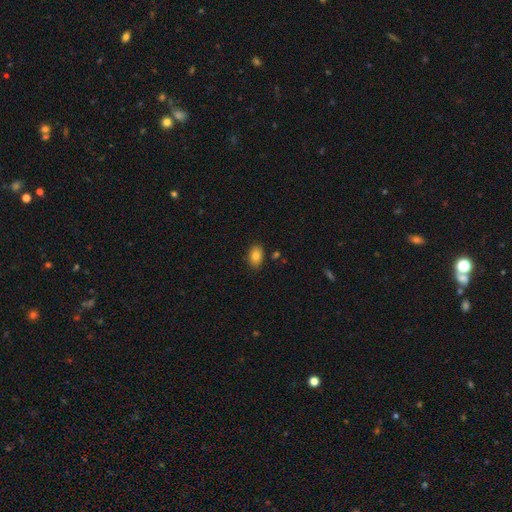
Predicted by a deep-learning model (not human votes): smooth-or-featured: smooth: 83% | star or artifact: 9% | featured or disk: 9%
  how-rounded: in between: 85% | round: 14% | cigar-shaped: 1%
  merging: none: 86% | minor disturbance: 10% | major disturbance: 2% | merger: 2%